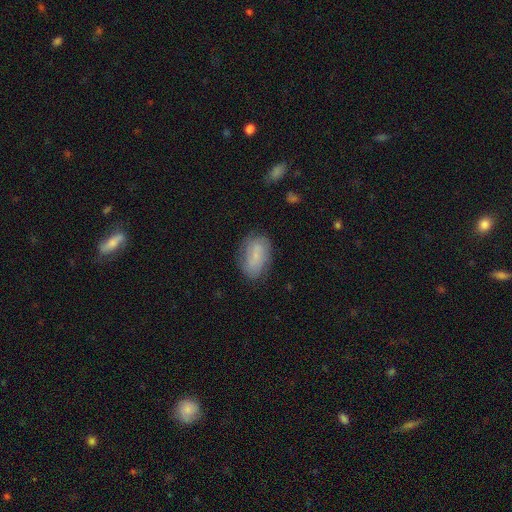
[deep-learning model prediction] Smooth or featured?
  - smooth: 69% *
  - featured or disk: 23%
  - star or artifact: 8%
How rounded?
  - in between: 90% *
  - round: 8%
  - cigar-shaped: 2%
Merging?
  - none: 72% *
  - minor disturbance: 20%
  - major disturbance: 6%
  - merger: 2%